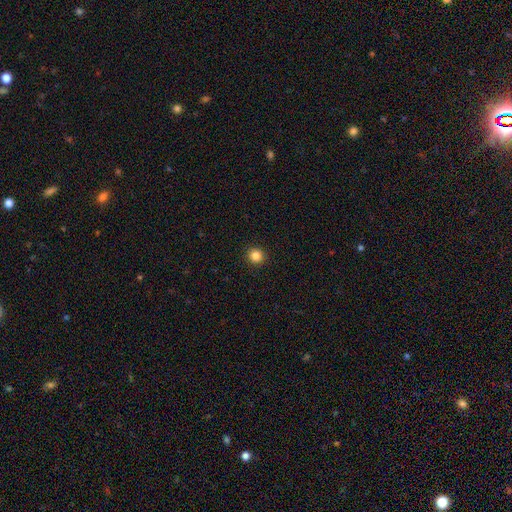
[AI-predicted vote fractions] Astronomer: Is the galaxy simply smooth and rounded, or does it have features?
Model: smooth — 85%.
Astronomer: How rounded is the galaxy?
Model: round — 93%.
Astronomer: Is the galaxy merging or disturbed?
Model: none — 93%.